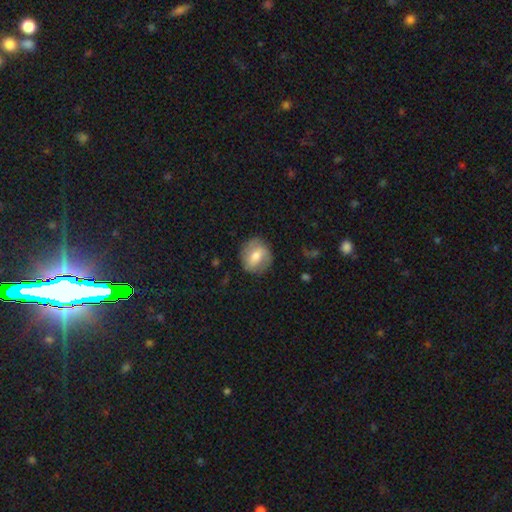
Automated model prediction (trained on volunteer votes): A smooth galaxy with no disk features (57%) that is round (67%).

Vote fractions:
- Smooth or featured? smooth: 57% / featured or disk: 35% / star or artifact: 7%
- How rounded? round: 67% / in between: 31% / cigar-shaped: 2%
- Merging? none: 79% / minor disturbance: 15% / major disturbance: 5% / merger: 1%